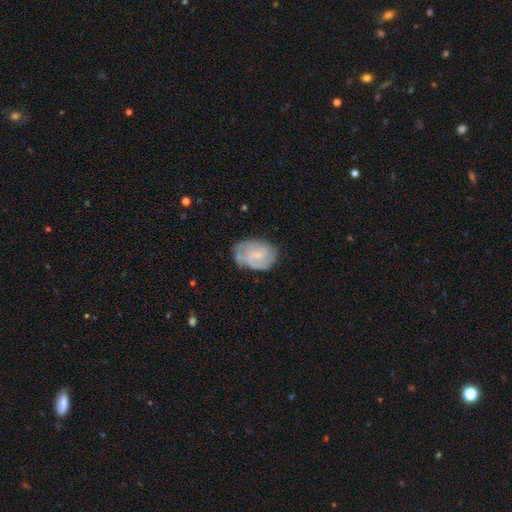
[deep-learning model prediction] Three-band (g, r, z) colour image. It shows a featured or disk galaxy (56%) with no bar (59%), spiral arms (75%) and a small central bulge (68%). Merging: none (52%).